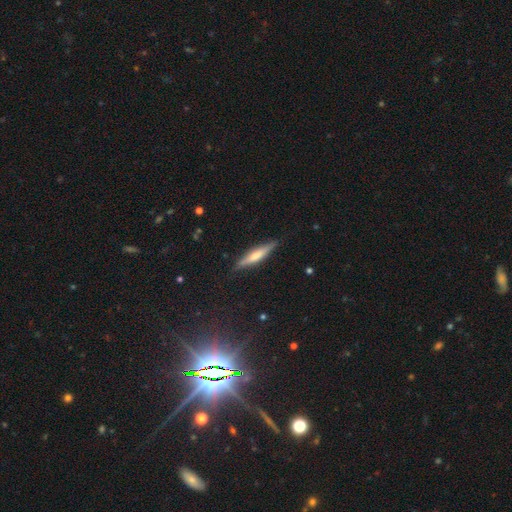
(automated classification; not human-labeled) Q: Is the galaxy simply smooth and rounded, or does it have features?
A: featured or disk — 50%.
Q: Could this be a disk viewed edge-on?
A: yes — 94%.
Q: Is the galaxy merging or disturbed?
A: none — 86%.